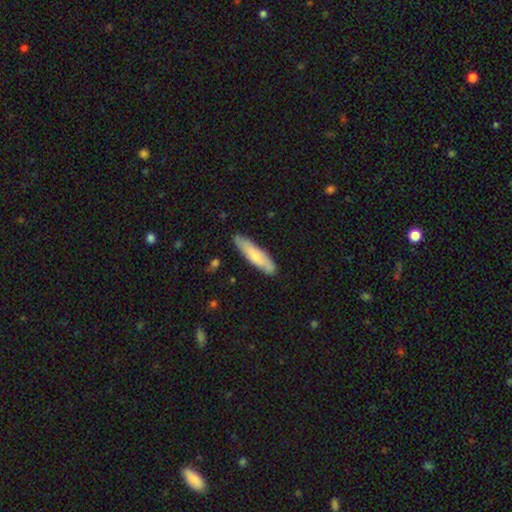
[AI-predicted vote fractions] Smooth or featured: smooth — 71% (featured or disk — 24%)
How rounded: cigar-shaped — 78% (in between — 21%)
Merging: none — 84% (minor disturbance — 12%)